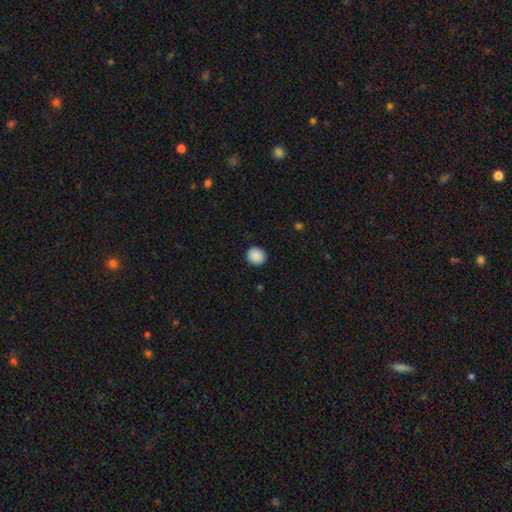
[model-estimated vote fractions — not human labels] This is clearly a smooth galaxy (89%). How rounded: clearly round (89%). Merging: clearly none (91%).